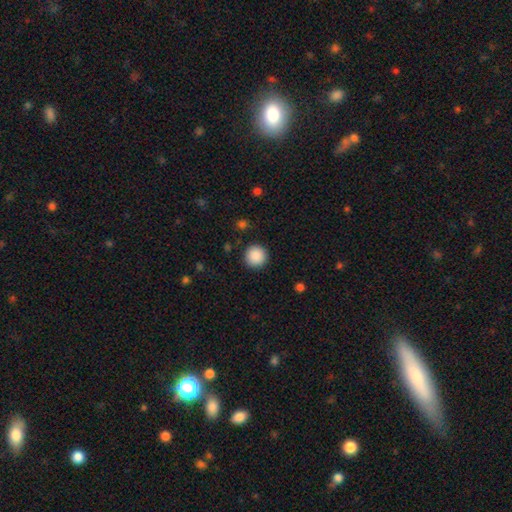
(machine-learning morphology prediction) Smooth or featured: smooth — 89% (star or artifact — 9%)
How rounded: round — 96% (in between — 3%)
Merging: none — 92% (minor disturbance — 5%)